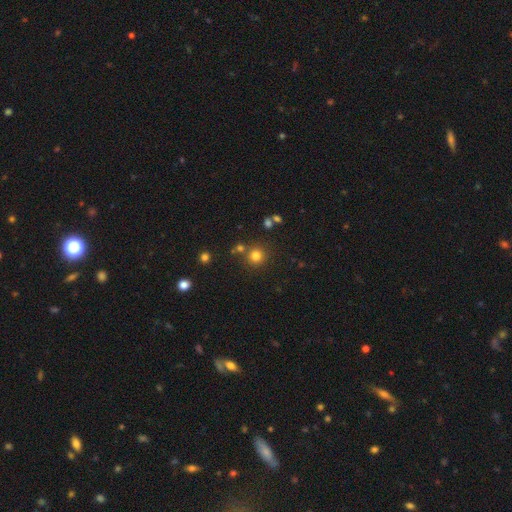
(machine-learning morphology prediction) This is likely a smooth galaxy (79%). How rounded: clearly round (93%). Merging: likely none (79%).